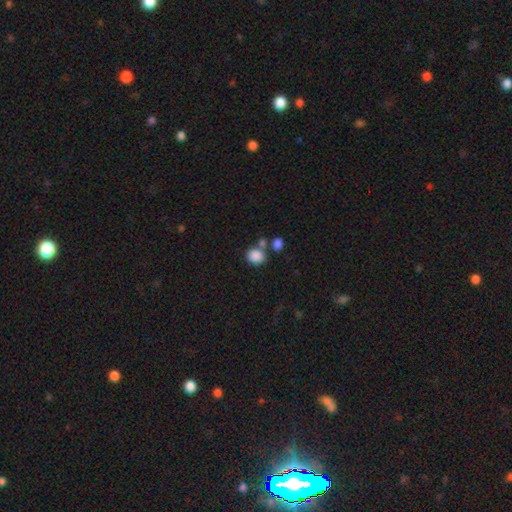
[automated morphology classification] smooth-or-featured: smooth: 86% | star or artifact: 9% | featured or disk: 5%
  how-rounded: round: 68% | in between: 31% | cigar-shaped: 1%
  merging: none: 57% | merger: 28% | minor disturbance: 11% | major disturbance: 4%